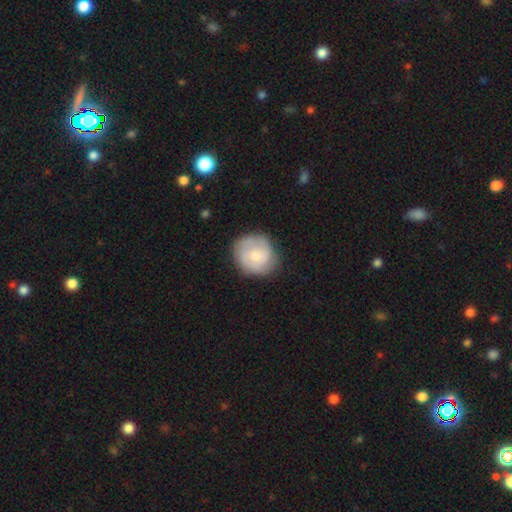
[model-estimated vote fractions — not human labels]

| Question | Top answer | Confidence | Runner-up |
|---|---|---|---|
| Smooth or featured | smooth | 53% | featured or disk (41%) |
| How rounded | round | 81% | in between (18%) |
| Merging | none | 73% | minor disturbance (19%) |